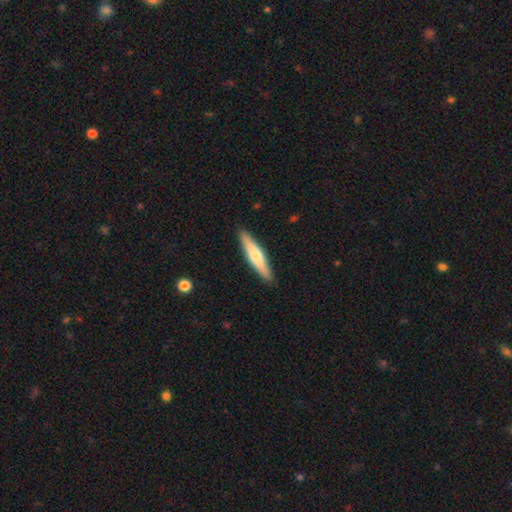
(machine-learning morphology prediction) This is likely a smooth galaxy (60%). How rounded: clearly cigar-shaped (86%). Merging: clearly none (90%).